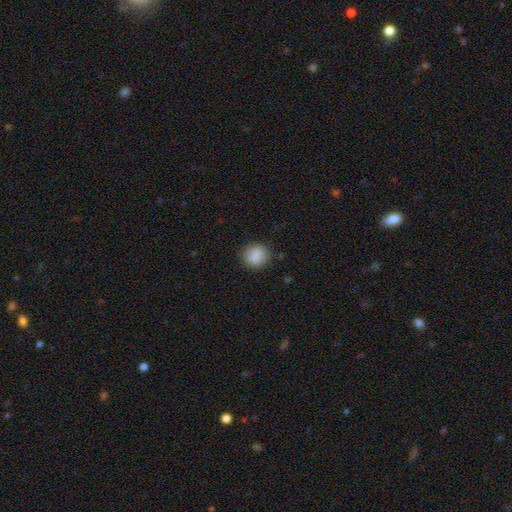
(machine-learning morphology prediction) smooth 87%, star or artifact 8%, featured or disk 5%. Down the decision tree: how rounded — round (82%); merging — none (86%).